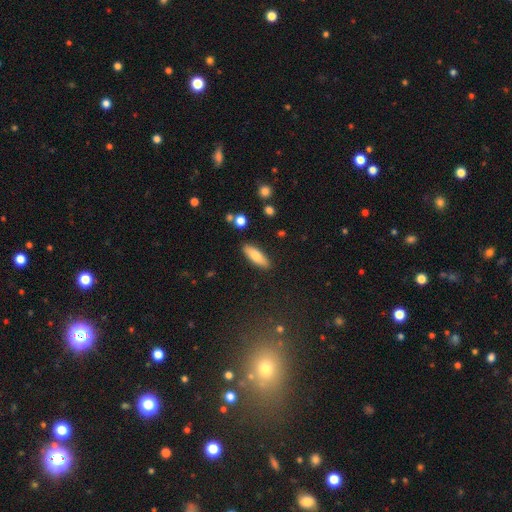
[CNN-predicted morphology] smooth-or-featured: smooth: 76% | featured or disk: 17% | star or artifact: 6%
  how-rounded: in between: 56% | cigar-shaped: 42% | round: 2%
  merging: none: 88% | minor disturbance: 8% | major disturbance: 2% | merger: 2%